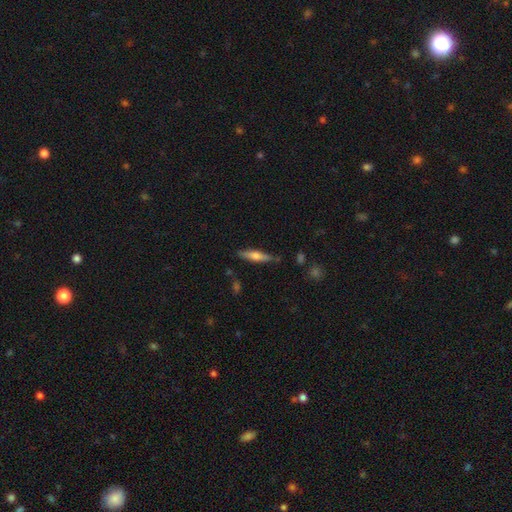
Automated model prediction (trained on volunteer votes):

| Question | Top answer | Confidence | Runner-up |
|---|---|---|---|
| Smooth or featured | smooth | 51% | featured or disk (43%) |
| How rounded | cigar-shaped | 80% | in between (19%) |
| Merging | none | 81% | minor disturbance (13%) |